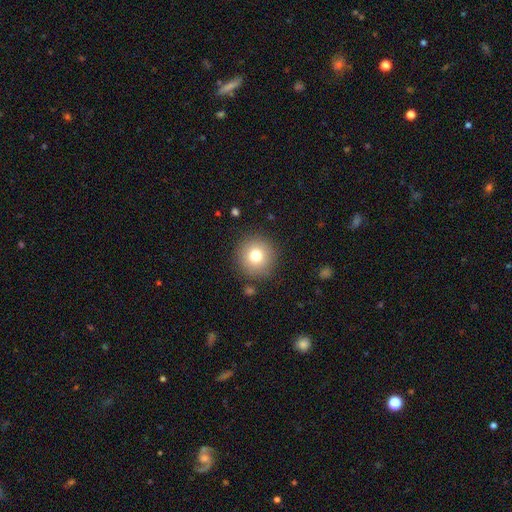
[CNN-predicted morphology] smooth-or-featured: smooth: 77% | featured or disk: 12% | star or artifact: 11%
  how-rounded: round: 95% | in between: 4% | cigar-shaped: 1%
  merging: none: 88% | minor disturbance: 7% | major disturbance: 3% | merger: 2%